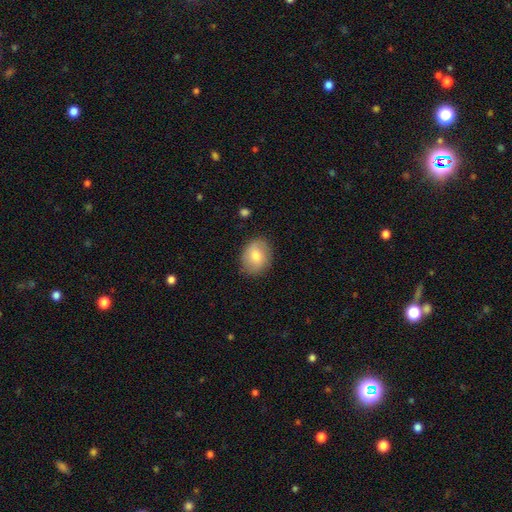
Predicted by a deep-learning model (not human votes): The model was most divided on "how rounded": in between: 57%, round: 42%, cigar-shaped: 1%. More confident: merging — none (83%); smooth or featured — smooth (73%).